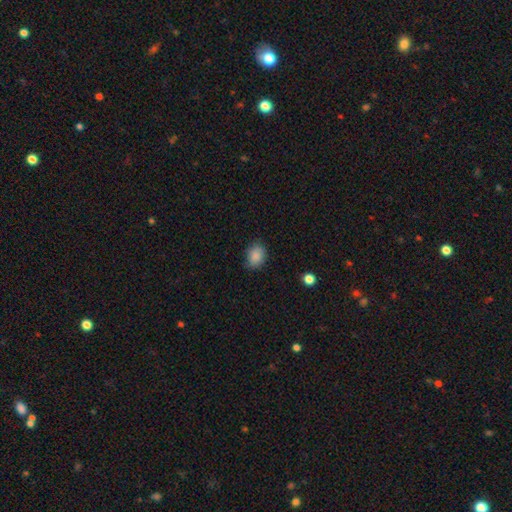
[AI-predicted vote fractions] A smooth galaxy with no disk features (87%) that is in between round and cigar-shaped (59%).

Vote fractions:
- Smooth or featured? smooth: 87% / star or artifact: 9% / featured or disk: 4%
- How rounded? in between: 59% / round: 40% / cigar-shaped: 1%
- Merging? none: 76% / minor disturbance: 19% / major disturbance: 4% / merger: 1%